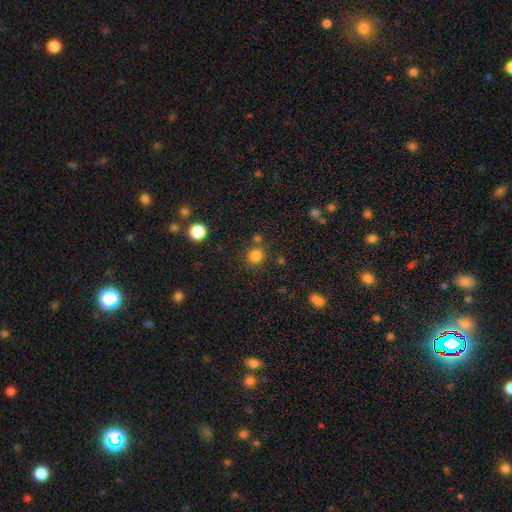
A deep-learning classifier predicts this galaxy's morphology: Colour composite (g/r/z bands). It shows a smooth galaxy with no disk features (82%) that is round (85%). Merging: none (75%).